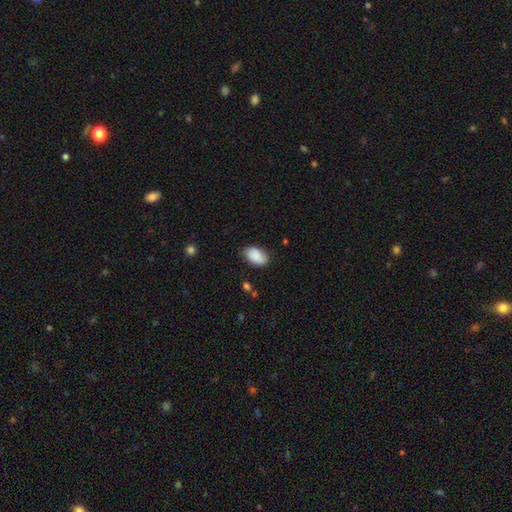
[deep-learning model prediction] A smooth galaxy with no disk features (87%) that is in between round and cigar-shaped (93%). Merging: none (77%).